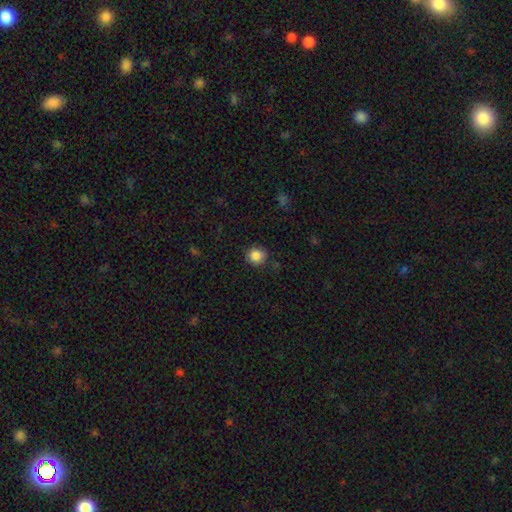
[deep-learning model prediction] Smooth or featured? smooth (86%)
How rounded? round (90%)
Merging? none (85%)